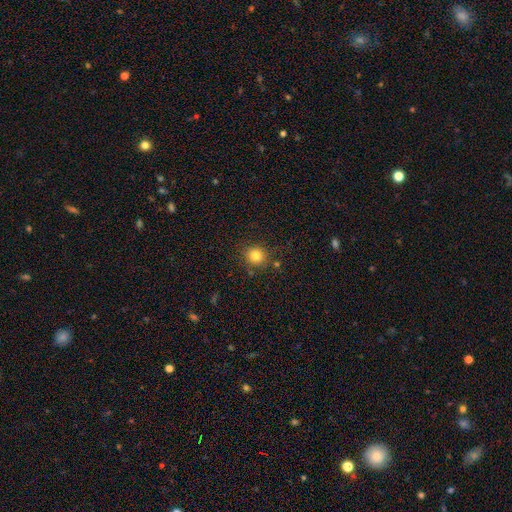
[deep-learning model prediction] smooth-or-featured: smooth: 82% | star or artifact: 12% | featured or disk: 6%
  how-rounded: round: 92% | in between: 7% | cigar-shaped: 1%
  merging: none: 84% | minor disturbance: 9% | merger: 3% | major disturbance: 3%